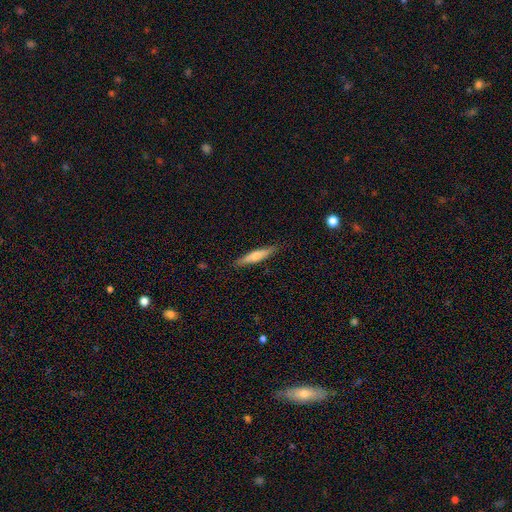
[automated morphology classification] A smooth galaxy with no disk features (60%) that is cigar-shaped (88%).

Vote fractions:
- Smooth or featured? smooth: 60% / featured or disk: 34% / star or artifact: 6%
- How rounded? cigar-shaped: 88% / in between: 11% / round: 1%
- Merging? none: 88% / minor disturbance: 9% / major disturbance: 2% / merger: 1%